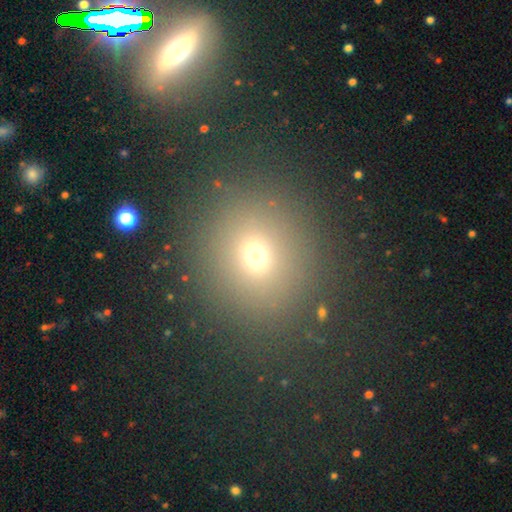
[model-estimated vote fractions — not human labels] The model was most divided on "smooth or featured": smooth: 66%, star or artifact: 24%, featured or disk: 9%. More confident: merging — none (86%); how rounded — round (83%).